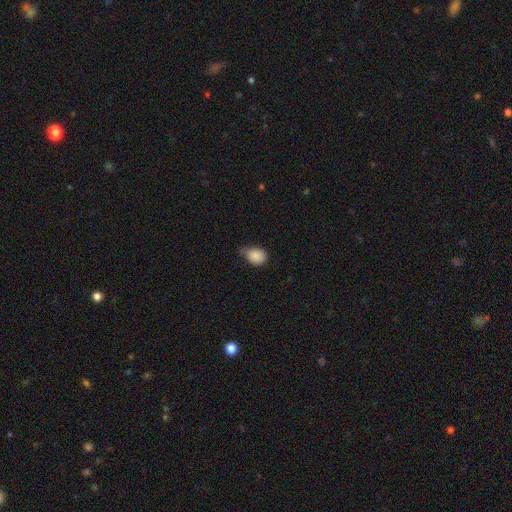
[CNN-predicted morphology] The model was most divided on "how rounded": in between: 51%, round: 48%, cigar-shaped: 1%. Remaining: smooth or featured — smooth (86%); merging — minor disturbance (47%).